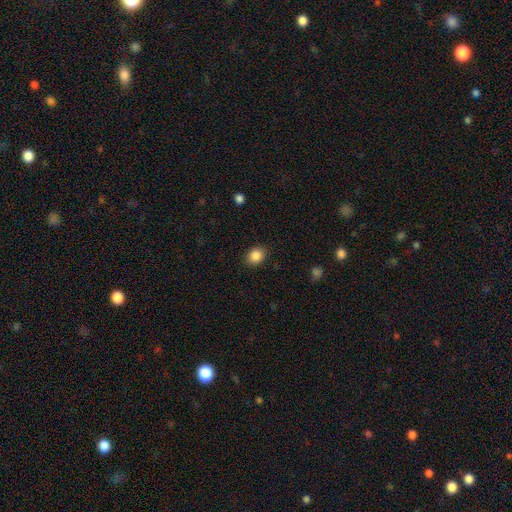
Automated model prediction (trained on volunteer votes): Smooth or featured? smooth (87%)
How rounded? round (51%)
Merging? none (88%)